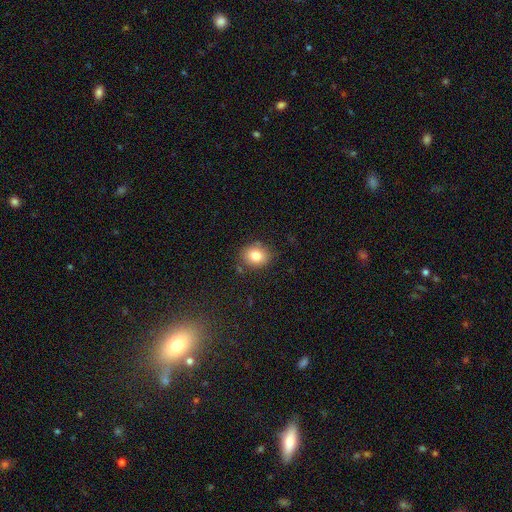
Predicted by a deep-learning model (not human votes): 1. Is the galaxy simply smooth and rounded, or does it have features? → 81% smooth, 10% star or artifact, 9% featured or disk.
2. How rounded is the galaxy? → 60% round, 40% in between, 1% cigar-shaped.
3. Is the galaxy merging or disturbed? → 81% none, 12% minor disturbance, 3% merger, 3% major disturbance.